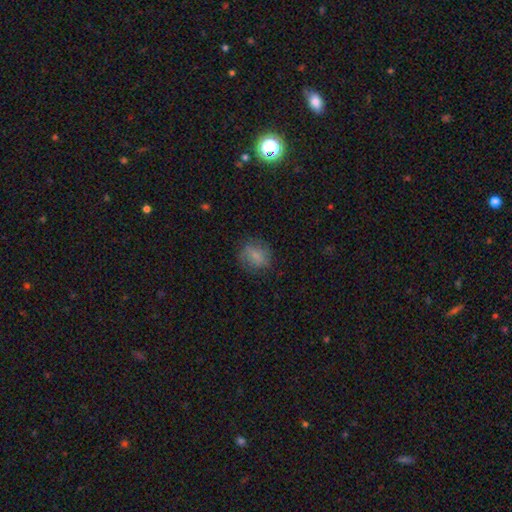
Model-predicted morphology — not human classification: This is likely a smooth galaxy (73%). How rounded: likely round (69%). Merging: likely none (74%).